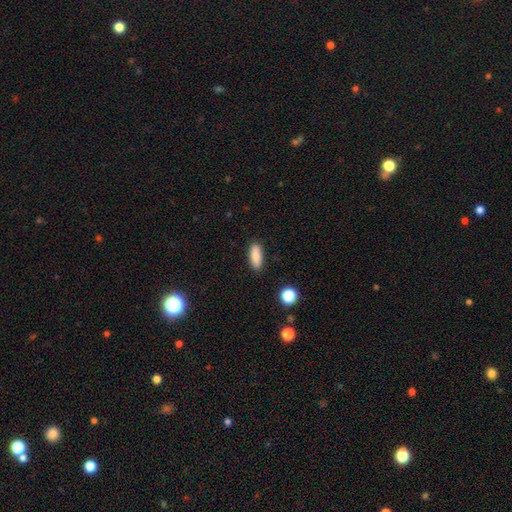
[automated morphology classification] Smooth or featured? smooth (88%)
How rounded? in between (71%)
Merging? none (88%)